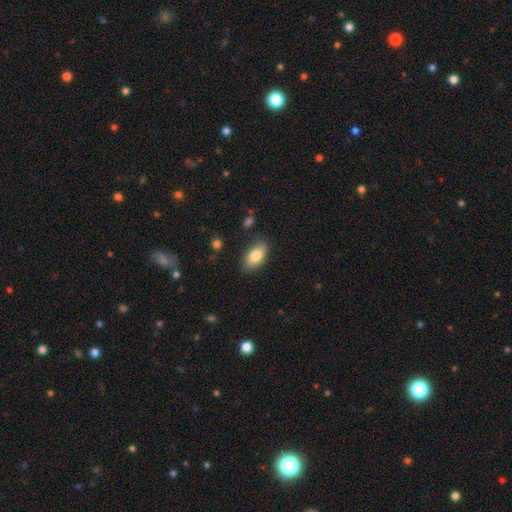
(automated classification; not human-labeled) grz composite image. It shows a smooth galaxy with no disk features (83%) that is in between round and cigar-shaped (92%). Merging: none (81%).